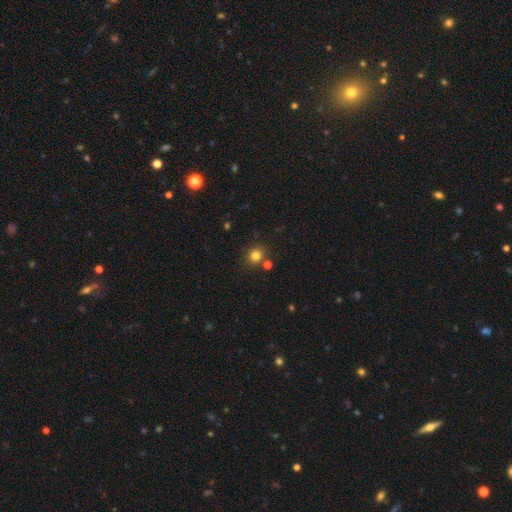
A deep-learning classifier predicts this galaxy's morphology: This is likely a smooth galaxy (79%). How rounded: clearly round (86%). Merging: clearly none (80%).